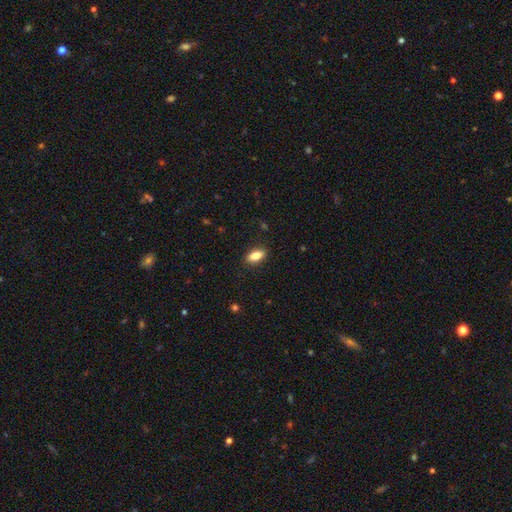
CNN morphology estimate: This appears to be a smooth galaxy with no disk features (81%) that is in between round and cigar-shaped (81%). Merging: none (87%).